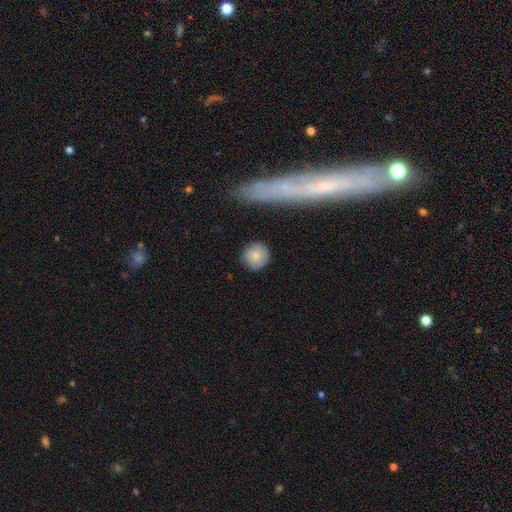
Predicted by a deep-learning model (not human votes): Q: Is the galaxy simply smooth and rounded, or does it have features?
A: smooth — 83%.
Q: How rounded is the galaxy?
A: round — 93%.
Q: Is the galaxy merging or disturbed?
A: none — 85%.